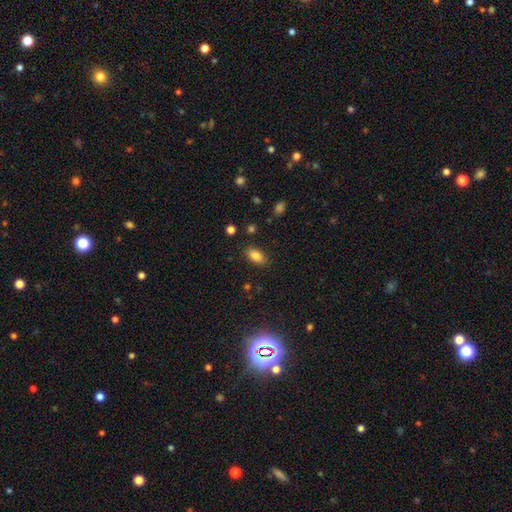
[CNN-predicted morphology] This is clearly a smooth galaxy (84%). How rounded: clearly in between (89%). Merging: clearly none (85%).